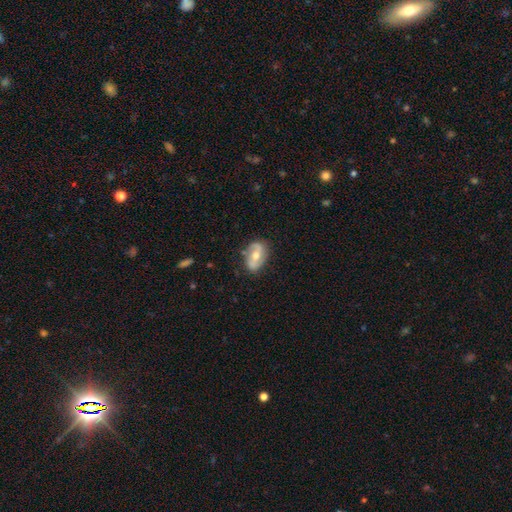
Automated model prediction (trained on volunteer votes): This is possibly a featured or disk galaxy (60%). It is clearly not viewed edge-on (93%). Bar: marginally no (44%). Spiral arm pattern: likely yes (69%). Central bulge: likely moderate (73%). Merging: likely none (74%).